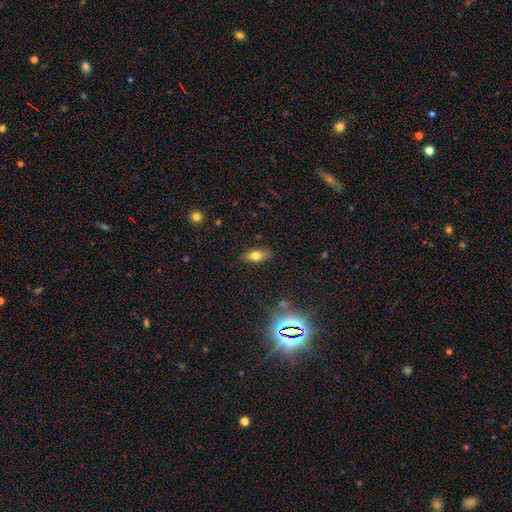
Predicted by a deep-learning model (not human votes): A smooth galaxy with no disk features (67%) that is in between round and cigar-shaped (72%). Merging: none (84%).